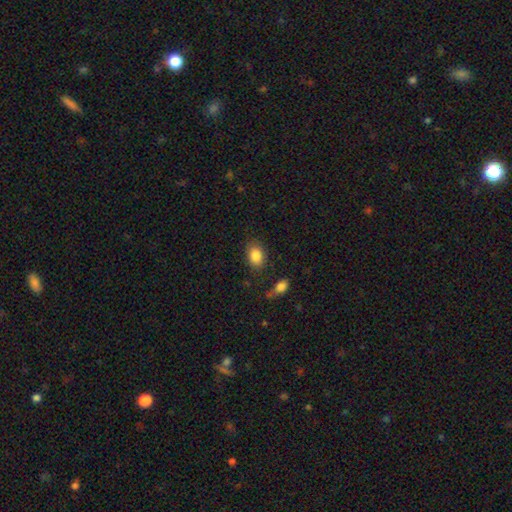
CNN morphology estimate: Smooth or featured: smooth — 86% (star or artifact — 8%)
How rounded: in between — 78% (round — 20%)
Merging: none — 78% (minor disturbance — 14%)